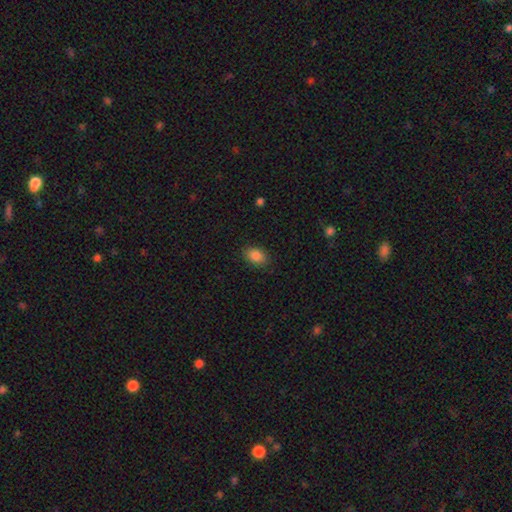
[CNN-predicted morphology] Smooth or featured?
  - smooth: 88% *
  - star or artifact: 9%
  - featured or disk: 4%
How rounded?
  - in between: 83% *
  - round: 16%
  - cigar-shaped: 1%
Merging?
  - none: 87% *
  - minor disturbance: 10%
  - major disturbance: 3%
  - merger: 1%